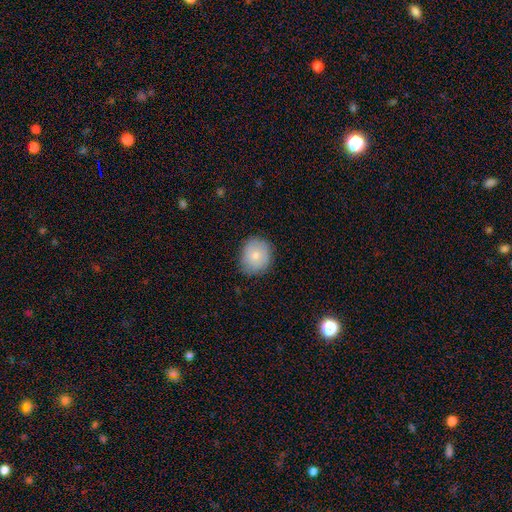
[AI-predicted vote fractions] smooth-or-featured: smooth: 77% | featured or disk: 16% | star or artifact: 7%
  how-rounded: round: 76% | in between: 23% | cigar-shaped: 1%
  merging: none: 80% | minor disturbance: 16% | major disturbance: 3% | merger: 1%